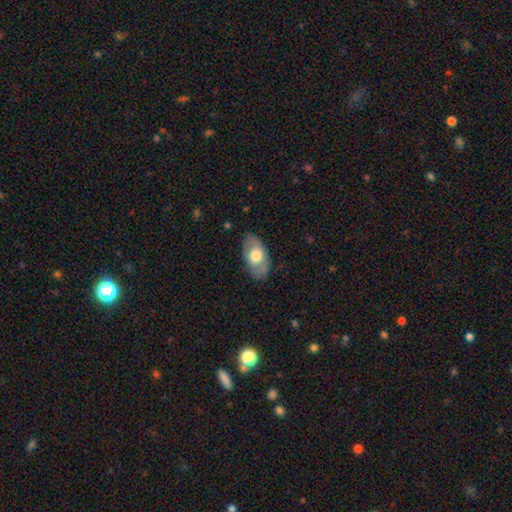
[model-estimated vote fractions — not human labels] Smooth or featured?
  - smooth: 61% *
  - featured or disk: 33%
  - star or artifact: 6%
How rounded?
  - in between: 93% *
  - round: 5%
  - cigar-shaped: 2%
Merging?
  - none: 81% *
  - minor disturbance: 14%
  - major disturbance: 4%
  - merger: 1%